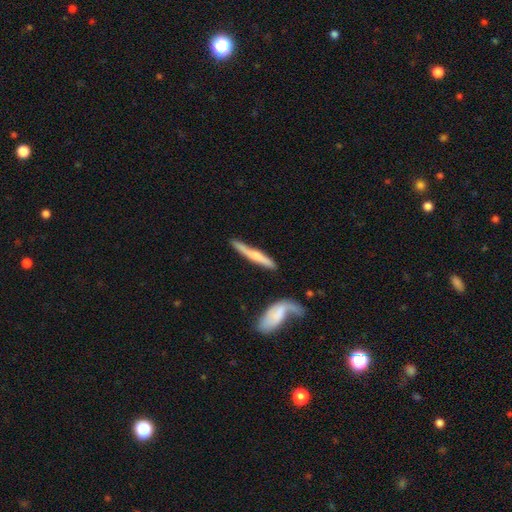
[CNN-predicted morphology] smooth_or_featured: featured or disk (p=0.50) [alt: smooth p=0.45]
merging: none (p=0.66) [alt: minor disturbance p=0.19]